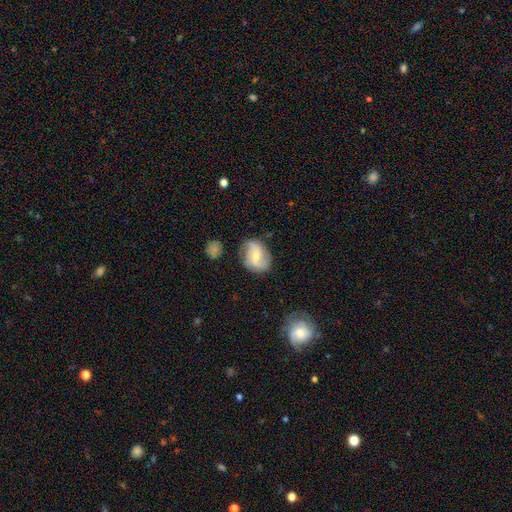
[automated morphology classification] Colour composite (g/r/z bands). It shows a featured or disk galaxy (54%) with a weak bar (42%, tied with no), spiral arms (85%) and a small central bulge (47%, tied with moderate). Merging: none (70%).